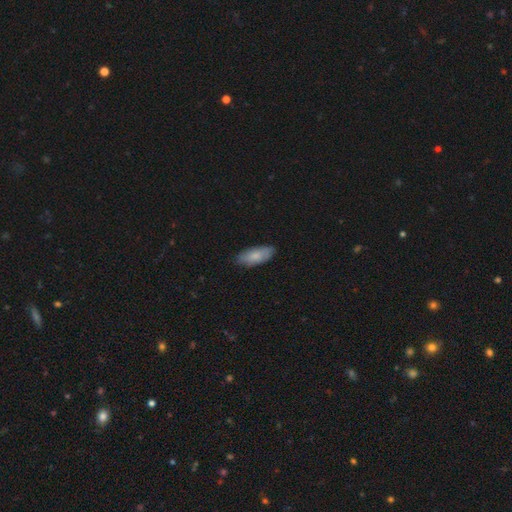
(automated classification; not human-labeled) Overall: smooth (79%). How rounded: in between (81%). Merging: none (81%).